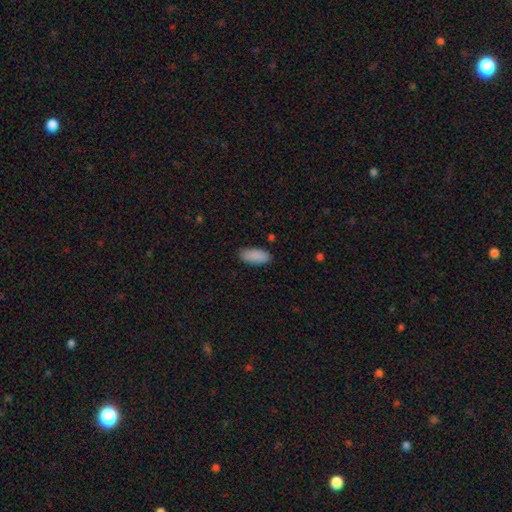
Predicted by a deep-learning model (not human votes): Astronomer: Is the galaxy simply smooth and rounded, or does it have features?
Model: smooth — 90%.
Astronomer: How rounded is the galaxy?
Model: in between — 87%.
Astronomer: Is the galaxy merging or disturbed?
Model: none — 85%.